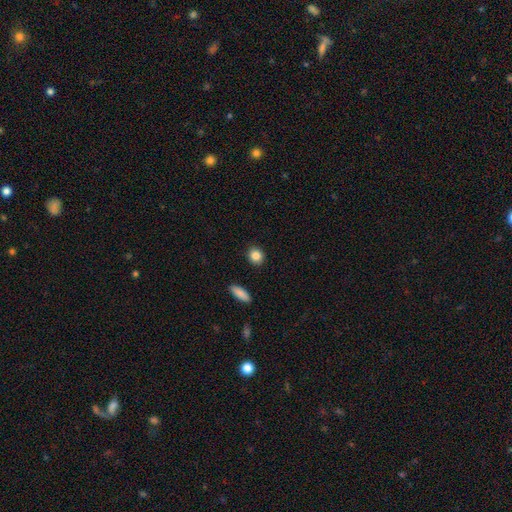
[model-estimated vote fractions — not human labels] Q: Smooth or featured?
A: smooth (85%); runner-up: star or artifact (9%)
Q: How rounded?
A: round (73%); runner-up: in between (25%)
Q: Merging?
A: none (90%); runner-up: minor disturbance (6%)